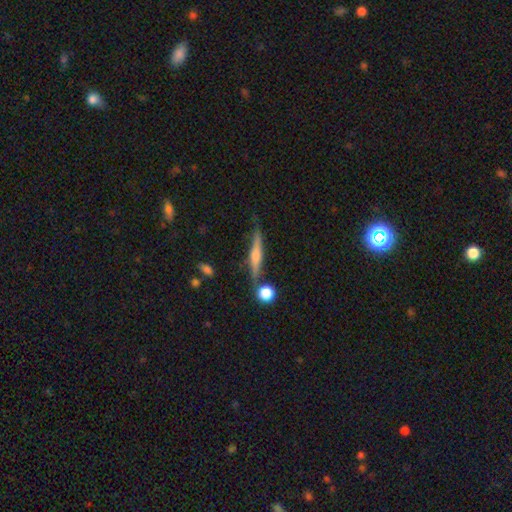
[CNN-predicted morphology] featured or disk 66%, smooth 26%, star or artifact 8%. Down the decision tree: edge-on disk — yes (96%); edge-on bulge — rounded (82%); merging — none (76%).